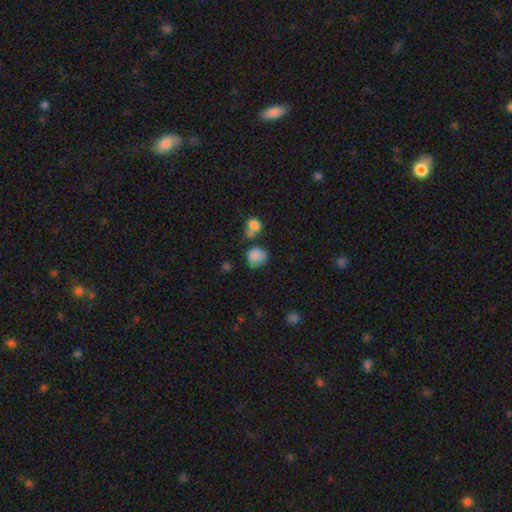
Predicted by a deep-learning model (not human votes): Smooth or featured? smooth (83%)
How rounded? round (74%)
Merging? none (50%)